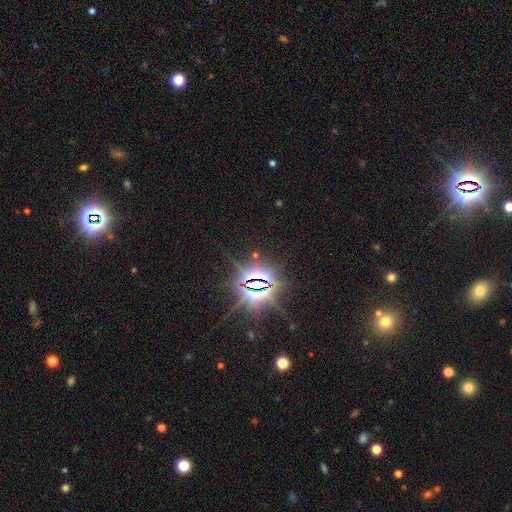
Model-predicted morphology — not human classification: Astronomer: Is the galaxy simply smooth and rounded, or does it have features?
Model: star or artifact — 86%.